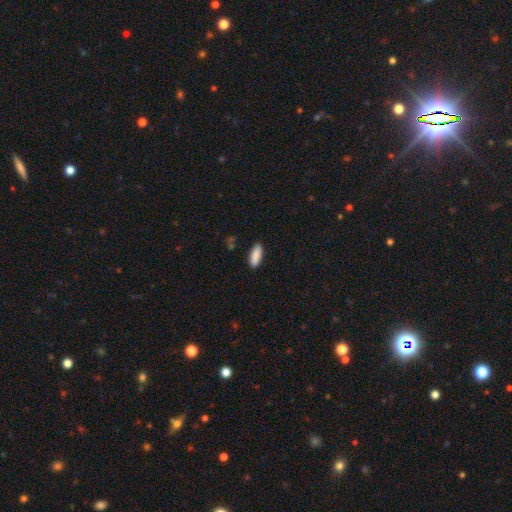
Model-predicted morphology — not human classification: Smooth or featured? Predicted: smooth (p=0.90). How rounded? Predicted: in between (p=0.71). Merging? Predicted: none (p=0.88).